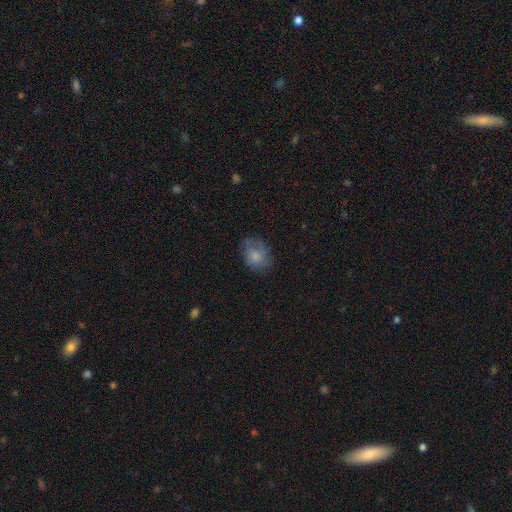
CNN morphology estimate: Smooth or featured? Predicted: smooth (p=0.72). How rounded? Predicted: in between (p=0.63). Merging? Predicted: none (p=0.61).